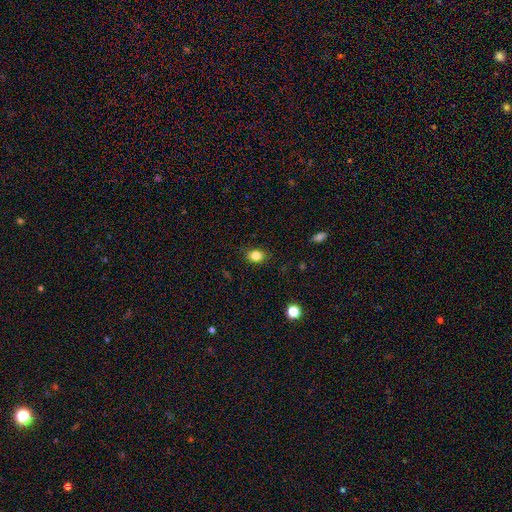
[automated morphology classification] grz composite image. It shows a smooth galaxy with no disk features (84%) that is round (50%). Merging: none (86%).